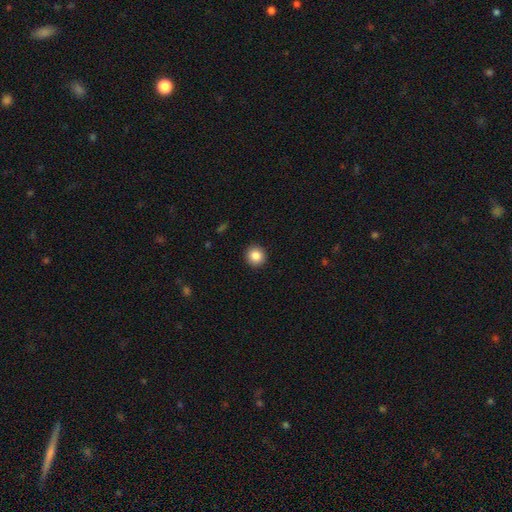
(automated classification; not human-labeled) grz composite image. It shows a smooth galaxy with no disk features (86%) that is round (92%). Merging: none (92%).